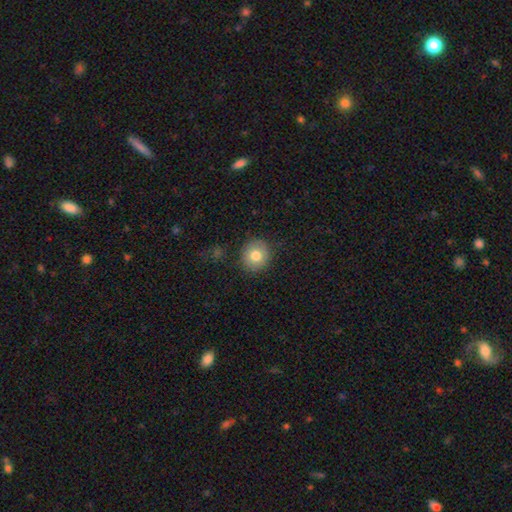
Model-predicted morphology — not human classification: Overall: smooth (79%). How rounded: round (86%). Merging: none (85%).